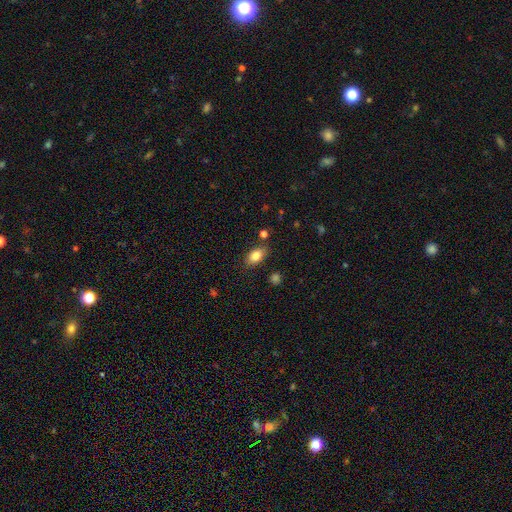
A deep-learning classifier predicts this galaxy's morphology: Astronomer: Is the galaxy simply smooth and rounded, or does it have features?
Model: smooth — 83%.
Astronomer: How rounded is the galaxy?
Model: in between — 86%.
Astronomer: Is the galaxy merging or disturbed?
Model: none — 81%.